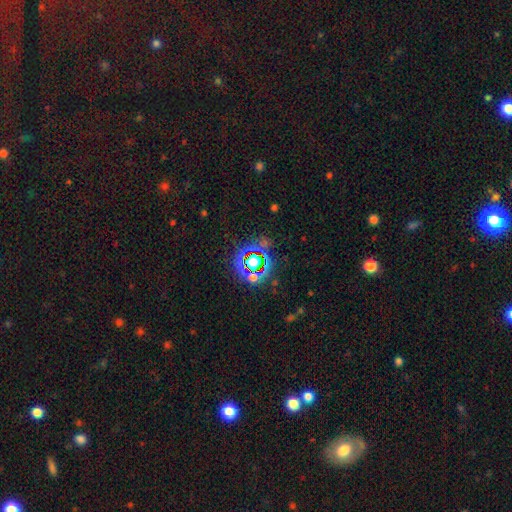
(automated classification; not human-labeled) Smooth or featured: star or artifact — 78% (smooth — 13%)